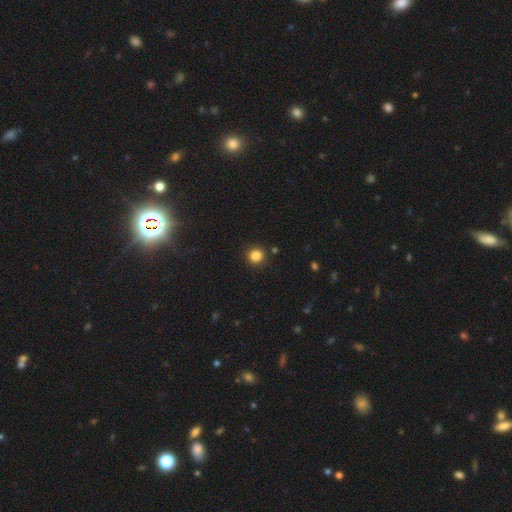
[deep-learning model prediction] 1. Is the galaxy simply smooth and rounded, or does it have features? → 84% smooth, 12% star or artifact, 4% featured or disk.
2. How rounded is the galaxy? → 92% round, 7% in between, 1% cigar-shaped.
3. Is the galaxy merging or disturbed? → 90% none, 6% minor disturbance, 2% major disturbance, 2% merger.